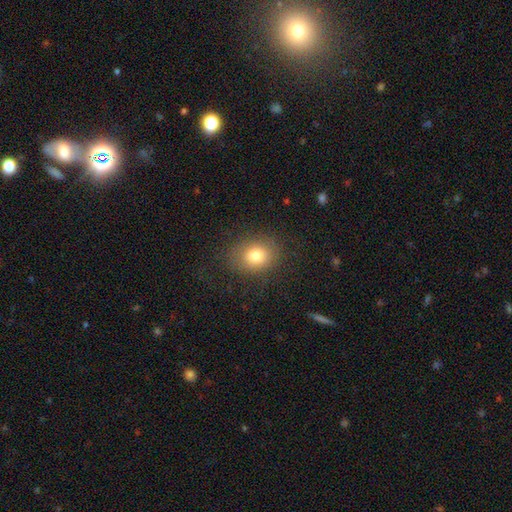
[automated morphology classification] smooth 79%, star or artifact 11%, featured or disk 10%. Down the decision tree: how rounded — round (50%); merging — none (81%).